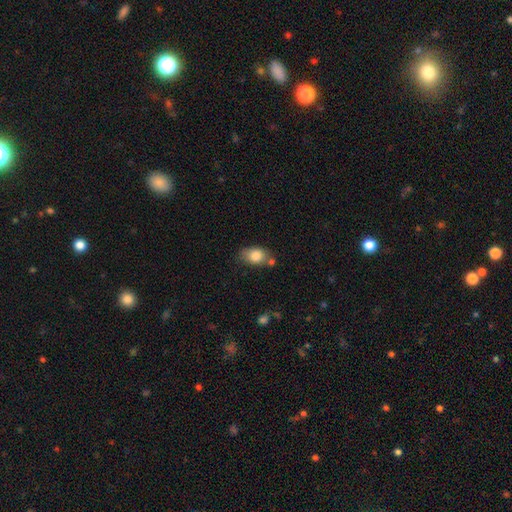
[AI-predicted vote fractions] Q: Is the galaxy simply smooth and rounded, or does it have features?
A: smooth — 82%.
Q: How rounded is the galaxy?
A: in between — 77%.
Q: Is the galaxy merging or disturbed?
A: none — 59%.